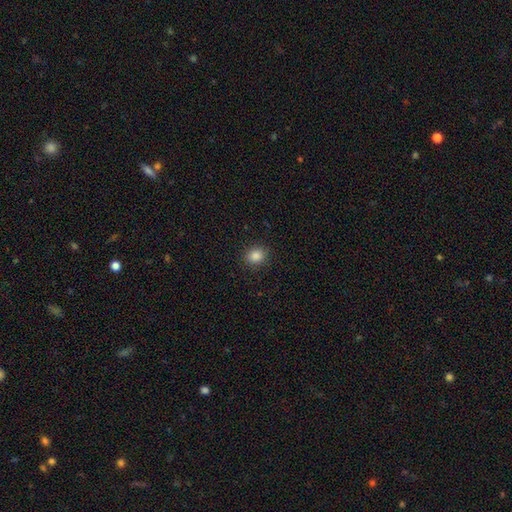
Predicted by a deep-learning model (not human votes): Smooth or featured?
  - smooth: 86% *
  - star or artifact: 10%
  - featured or disk: 4%
How rounded?
  - round: 67% *
  - in between: 32%
  - cigar-shaped: 1%
Merging?
  - none: 89% *
  - minor disturbance: 8%
  - major disturbance: 2%
  - merger: 1%